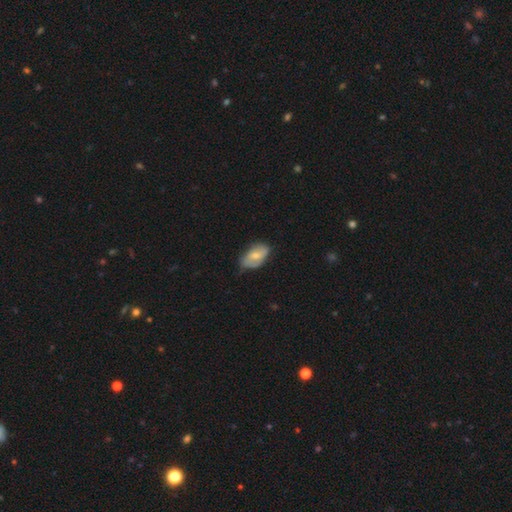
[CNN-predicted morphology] Smooth or featured? Predicted: smooth (p=0.56). How rounded? Predicted: in between (p=0.91). Merging? Predicted: none (p=0.58).